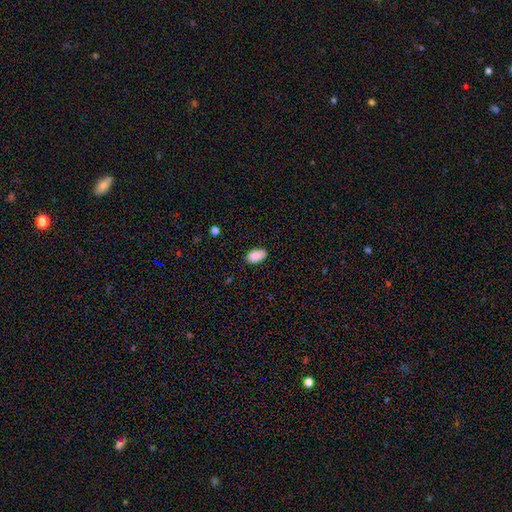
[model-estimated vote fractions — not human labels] Smooth or featured: smooth — 89% (star or artifact — 7%)
How rounded: in between — 93% (round — 5%)
Merging: none — 81% (minor disturbance — 15%)